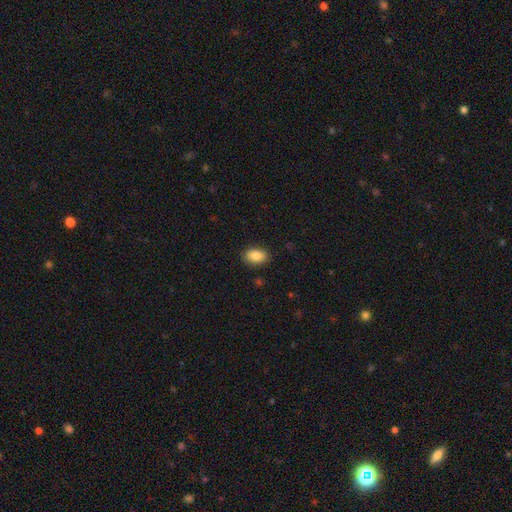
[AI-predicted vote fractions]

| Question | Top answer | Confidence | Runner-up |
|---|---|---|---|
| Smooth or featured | smooth | 85% | star or artifact (7%) |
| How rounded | in between | 89% | round (10%) |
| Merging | none | 86% | minor disturbance (10%) |